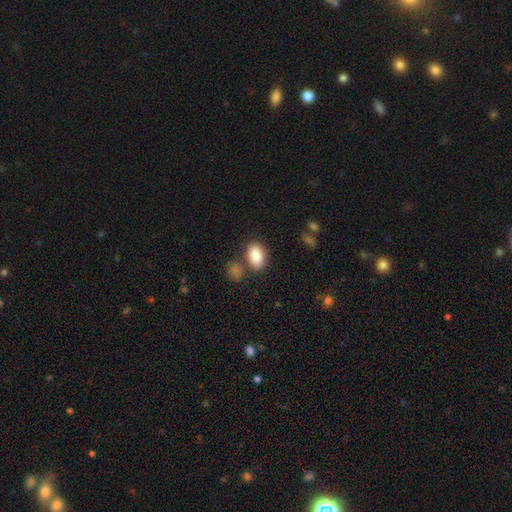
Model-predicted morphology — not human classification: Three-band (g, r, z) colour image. It shows a smooth galaxy with no disk features (88%) that is in between round and cigar-shaped (90%). Merging: none (70%).